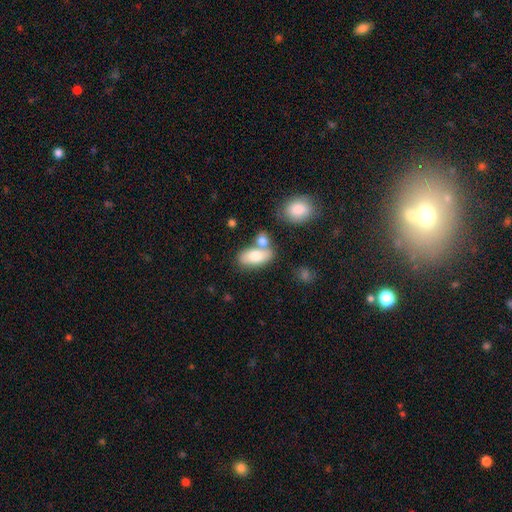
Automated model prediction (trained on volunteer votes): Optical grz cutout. It shows a smooth galaxy with no disk features (76%) that is in between round and cigar-shaped (88%). Merging: none (49%).